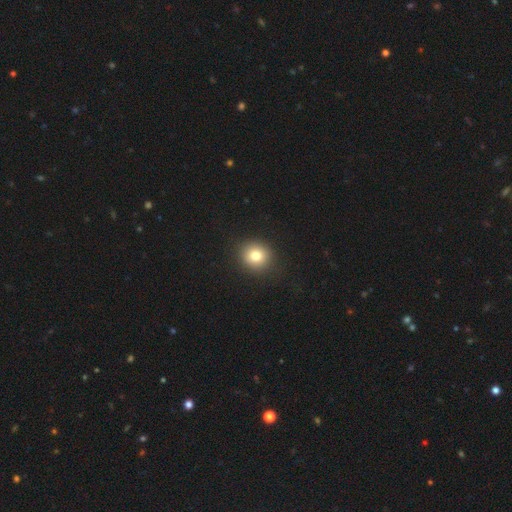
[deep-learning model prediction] A smooth galaxy with no disk features (79%) that is round (86%). Merging: none (91%).